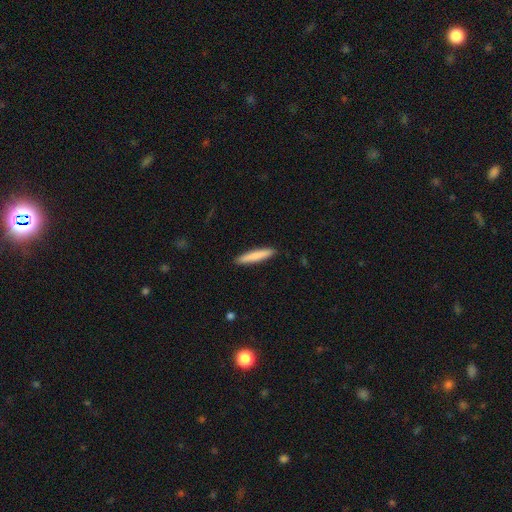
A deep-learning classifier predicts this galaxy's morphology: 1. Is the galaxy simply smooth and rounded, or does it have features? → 79% smooth, 16% featured or disk, 5% star or artifact.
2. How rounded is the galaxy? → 94% cigar-shaped, 5% in between, 1% round.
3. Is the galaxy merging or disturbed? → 91% none, 6% minor disturbance, 1% major disturbance, 1% merger.